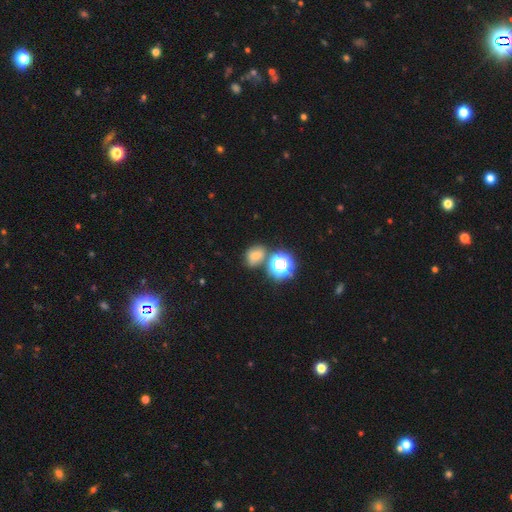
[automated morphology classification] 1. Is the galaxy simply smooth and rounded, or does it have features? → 61% smooth, 26% star or artifact, 12% featured or disk.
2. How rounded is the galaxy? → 50% round, 49% in between, 1% cigar-shaped.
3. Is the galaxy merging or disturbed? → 64% none, 15% minor disturbance, 15% merger, 6% major disturbance.